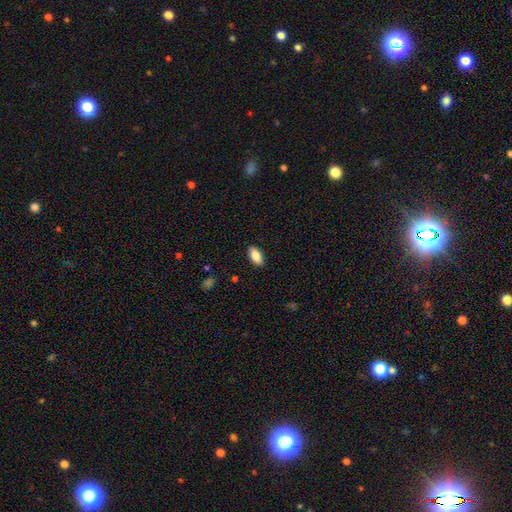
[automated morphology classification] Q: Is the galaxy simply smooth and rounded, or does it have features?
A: smooth — 84%.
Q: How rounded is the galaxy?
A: in between — 91%.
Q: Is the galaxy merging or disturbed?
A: none — 89%.